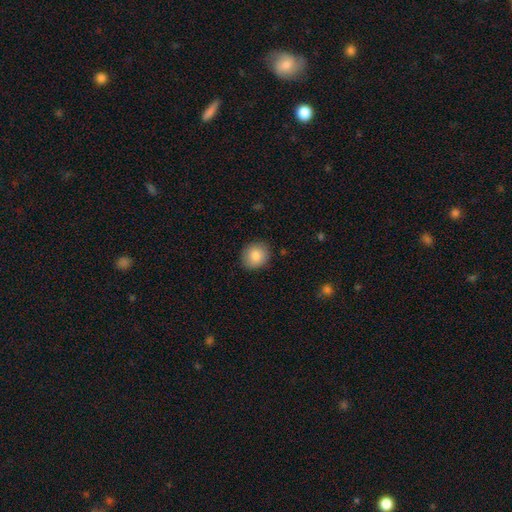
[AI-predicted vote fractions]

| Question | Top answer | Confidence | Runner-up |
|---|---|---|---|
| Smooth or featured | smooth | 86% | star or artifact (8%) |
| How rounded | round | 79% | in between (20%) |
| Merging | none | 87% | minor disturbance (10%) |